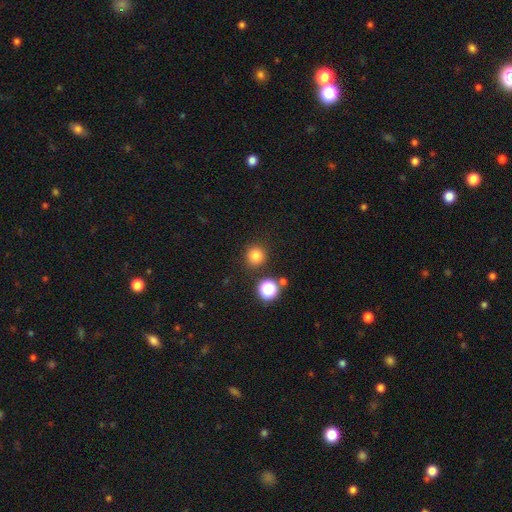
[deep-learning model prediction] A smooth galaxy with no disk features (80%) that is round (93%).

Vote fractions:
- Smooth or featured? smooth: 80% / star or artifact: 15% / featured or disk: 5%
- How rounded? round: 93% / in between: 6% / cigar-shaped: 1%
- Merging? none: 87% / minor disturbance: 7% / merger: 4% / major disturbance: 3%